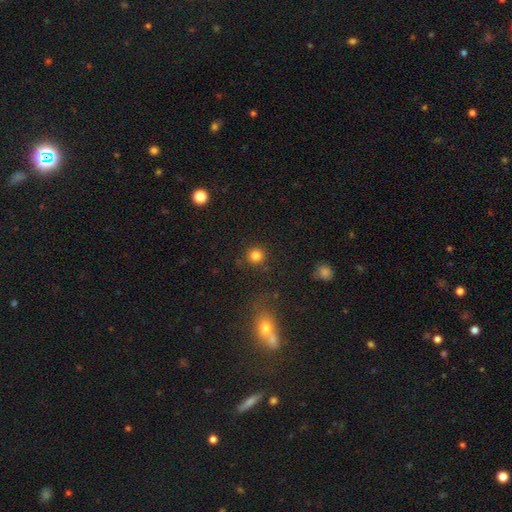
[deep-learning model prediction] smooth_or_featured: smooth (p=0.83) [alt: star or artifact p=0.13]
how_rounded: round (p=0.93) [alt: in between p=0.06]
merging: none (p=0.88) [alt: minor disturbance p=0.07]